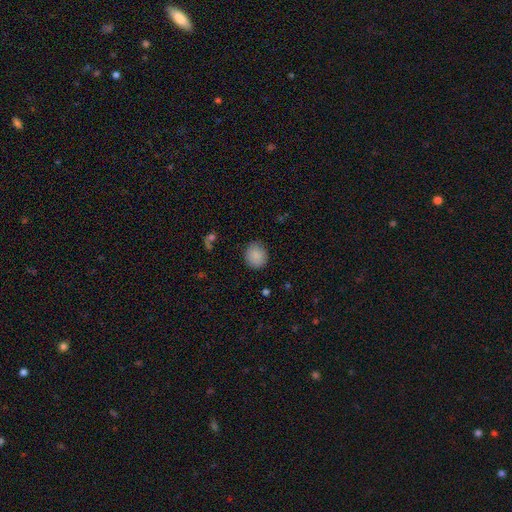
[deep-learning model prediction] Morphology: type=smooth (88%); roundness=round (78%); merging=none (85%).